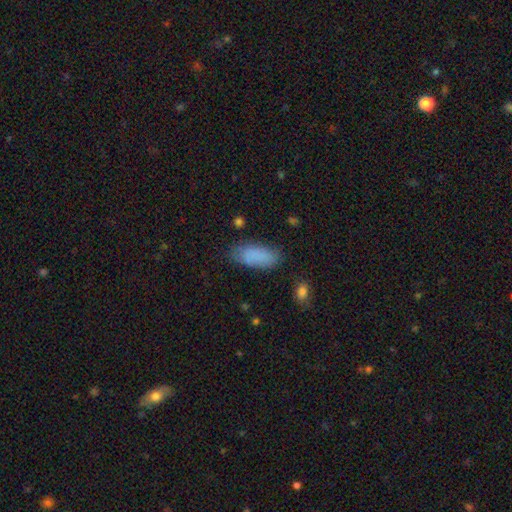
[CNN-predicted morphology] This appears to be a smooth galaxy with no disk features (85%) that is in between round and cigar-shaped (85%). Merging: none (73%).